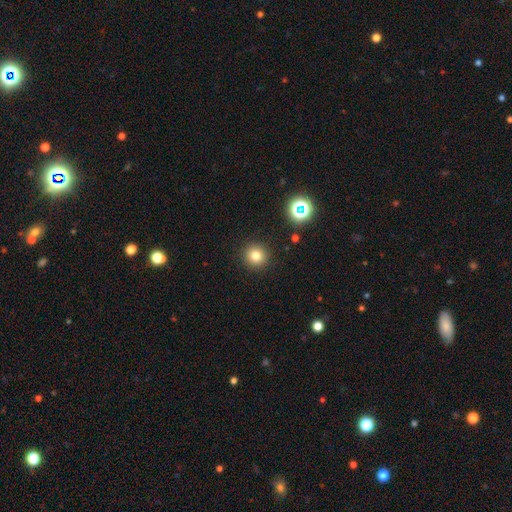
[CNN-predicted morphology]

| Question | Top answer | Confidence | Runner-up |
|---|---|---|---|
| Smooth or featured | smooth | 78% | star or artifact (15%) |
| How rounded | round | 94% | in between (6%) |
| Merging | none | 91% | minor disturbance (5%) |